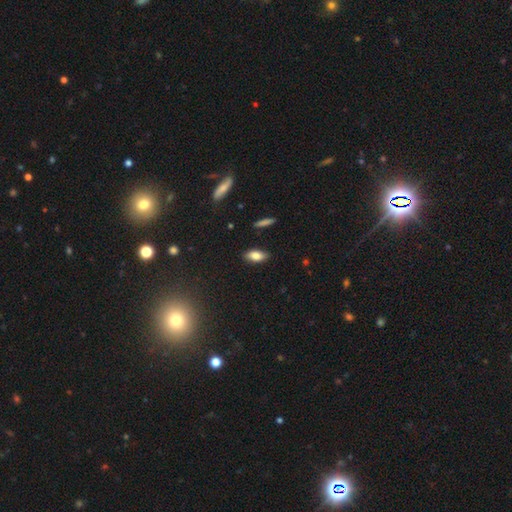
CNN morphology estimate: smooth-or-featured: smooth: 82% | featured or disk: 10% | star or artifact: 8%
  how-rounded: in between: 87% | cigar-shaped: 10% | round: 3%
  merging: none: 85% | minor disturbance: 11% | major disturbance: 2% | merger: 1%